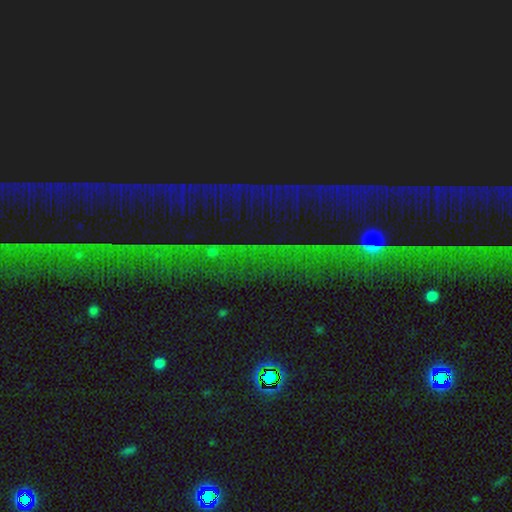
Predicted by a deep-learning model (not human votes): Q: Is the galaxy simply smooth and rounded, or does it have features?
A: star or artifact — 87%.